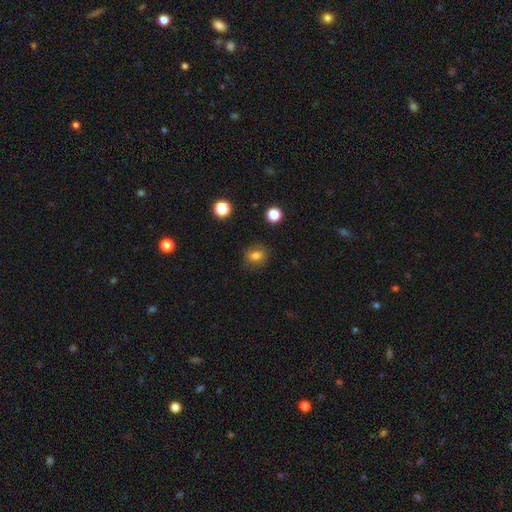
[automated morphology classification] A smooth galaxy with no disk features (80%) that is round (53%).

Vote fractions:
- Smooth or featured? smooth: 80% / star or artifact: 13% / featured or disk: 8%
- How rounded? round: 53% / in between: 46% / cigar-shaped: 1%
- Merging? none: 84% / minor disturbance: 12% / major disturbance: 3% / merger: 1%